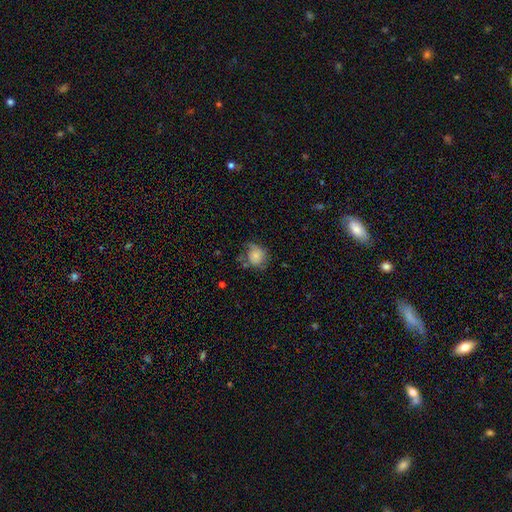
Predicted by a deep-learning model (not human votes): A smooth galaxy with no disk features (69%) that is round (68%). Merging: none (44%).